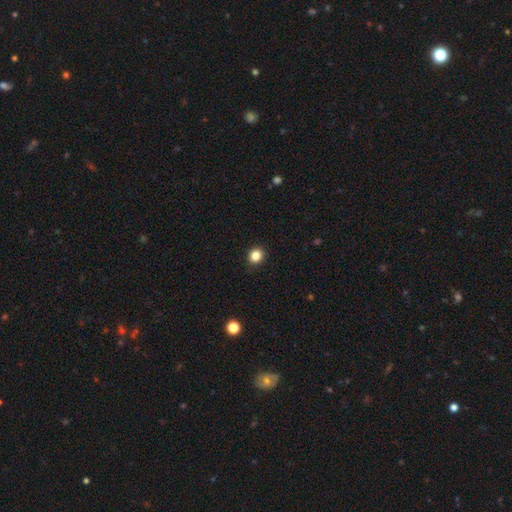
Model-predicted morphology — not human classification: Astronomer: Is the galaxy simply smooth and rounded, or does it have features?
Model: smooth — 84%.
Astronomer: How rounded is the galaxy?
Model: round — 79%.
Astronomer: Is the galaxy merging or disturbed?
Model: none — 91%.